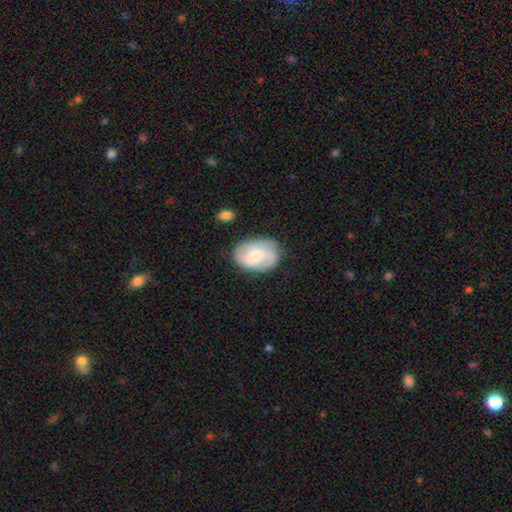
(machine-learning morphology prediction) The model was most divided on "bulge size": moderate: 45%, small: 36%, large: 10%, none: 7%, dominant: 2%. Remaining: edge-on disk — no (97%); spiral arms — yes (91%); merging — none (71%); smooth or featured — featured or disk (62%); bar — no (58%); spiral arm count — 2 (49%); spiral winding — medium (48%).